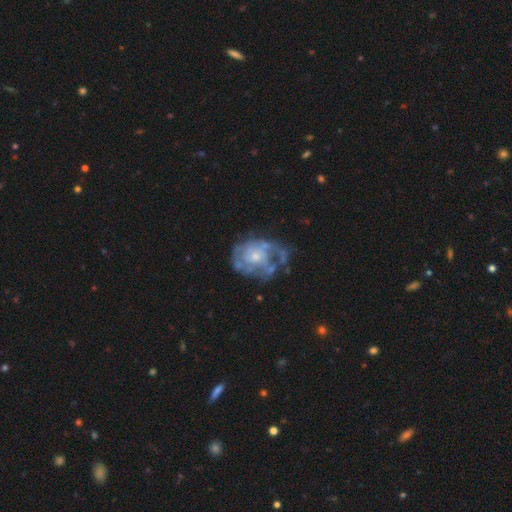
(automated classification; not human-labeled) smooth-or-featured: featured or disk: 80% | smooth: 14% | star or artifact: 7%
  disk-edge-on: no: 98% | yes: 2%
    bar: no: 78% | weak: 19% | strong: 3%
    has-spiral-arms: yes: 74% | no: 26%
      spiral-winding: tight: 50% | medium: 34% | loose: 16%
      spiral-arm-count: can't tell: 46% | 2: 21% | 3: 14% | 1: 9% | 4: 6% | more than 4: 4%
    bulge-size: small: 48% | moderate: 42% | none: 6% | large: 4% | dominant: 1%
  merging: none: 44% | major disturbance: 27% | minor disturbance: 24% | merger: 5%